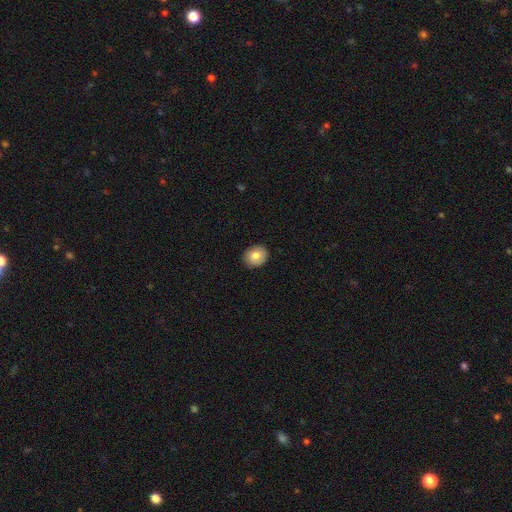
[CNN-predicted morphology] smooth_or_featured: smooth (p=0.79) [alt: featured or disk p=0.13]
how_rounded: round (p=0.58) [alt: in between p=0.41]
merging: none (p=0.89) [alt: minor disturbance p=0.09]